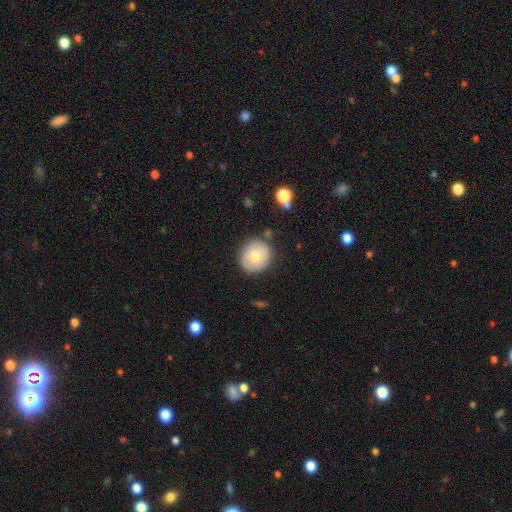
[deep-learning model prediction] Smooth or featured? smooth (72%)
How rounded? round (87%)
Merging? none (83%)